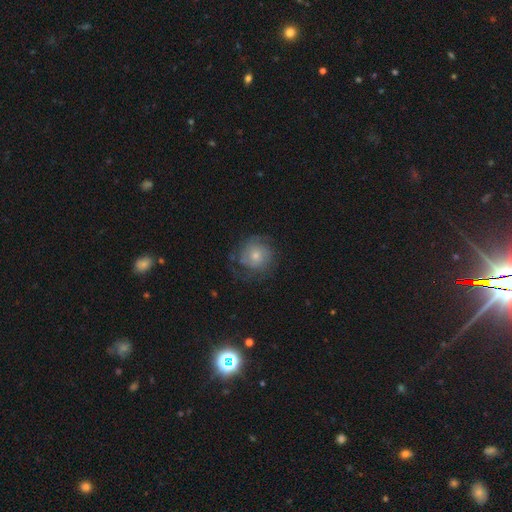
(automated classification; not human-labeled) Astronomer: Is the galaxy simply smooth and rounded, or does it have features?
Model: featured or disk — 52% (runner-up: smooth, 40%).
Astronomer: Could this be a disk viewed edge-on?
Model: no — 97%.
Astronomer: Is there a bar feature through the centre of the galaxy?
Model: no — 80%.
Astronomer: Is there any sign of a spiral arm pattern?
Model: yes — 79%.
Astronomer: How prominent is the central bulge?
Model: small — 46% (runner-up: moderate, 45%).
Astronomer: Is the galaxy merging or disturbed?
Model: none — 64%.